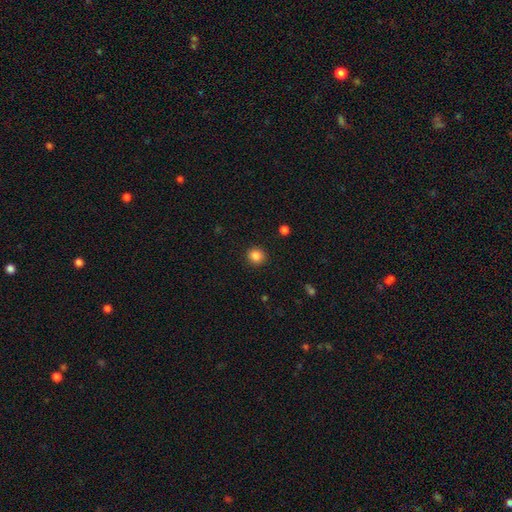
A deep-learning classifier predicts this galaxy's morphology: Overall: smooth (85%). How rounded: round (90%). Merging: none (91%).